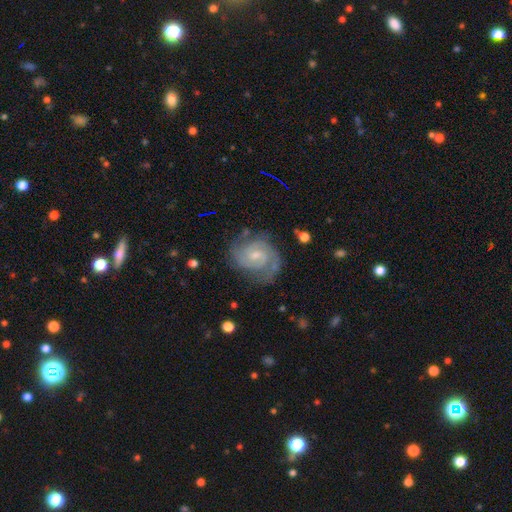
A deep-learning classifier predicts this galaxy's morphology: A featured or disk galaxy (88%) with a weak bar (52%), 2 (69%) tight (58%) spiral arms (98%) and a small central bulge (57%).

Vote fractions:
- Smooth or featured? featured or disk: 88% / smooth: 7% / star or artifact: 5%
- Edge-on disk? no: 98% / yes: 2%
- Bar? weak: 52% / no: 40% / strong: 8%
- Spiral arms? yes: 98% / no: 2%
- Spiral winding? tight: 58% / medium: 36% / loose: 6%
- Spiral arm count? 2: 69% / 3: 12% / can't tell: 11% / 1: 3% / 4: 3% / more than 4: 2%
- Bulge size? small: 57% / moderate: 36% / none: 4% / large: 2% / dominant: 1%
- Merging? none: 73% / minor disturbance: 18% / major disturbance: 7% / merger: 2%